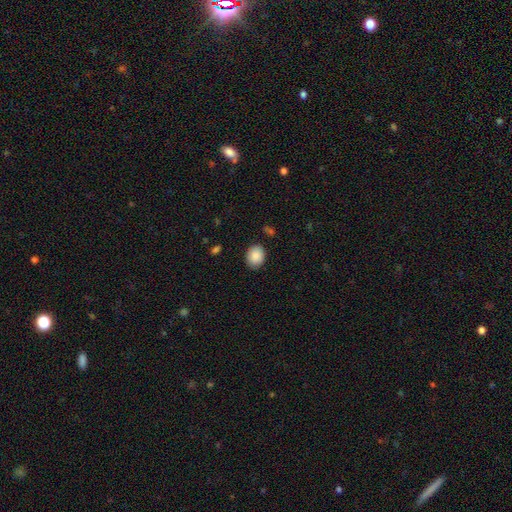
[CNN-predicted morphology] Smooth or featured: smooth — 89% (star or artifact — 7%)
How rounded: in between — 51% (round — 48%)
Merging: none — 86% (minor disturbance — 10%)